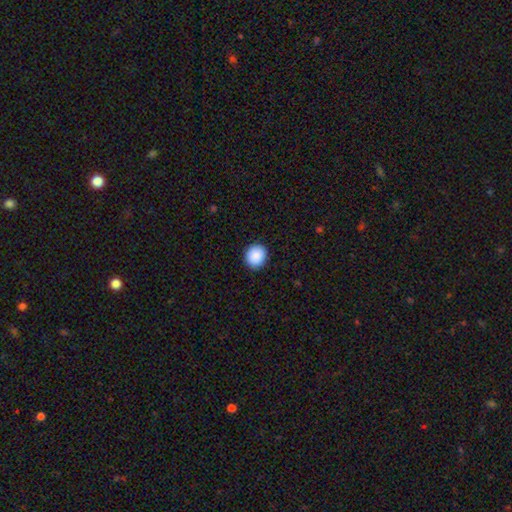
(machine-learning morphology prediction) A smooth galaxy with no disk features (90%) that is round (81%).

Vote fractions:
- Smooth or featured? smooth: 90% / star or artifact: 7% / featured or disk: 3%
- How rounded? round: 81% / in between: 18% / cigar-shaped: 1%
- Merging? none: 91% / minor disturbance: 6% / major disturbance: 2% / merger: 1%